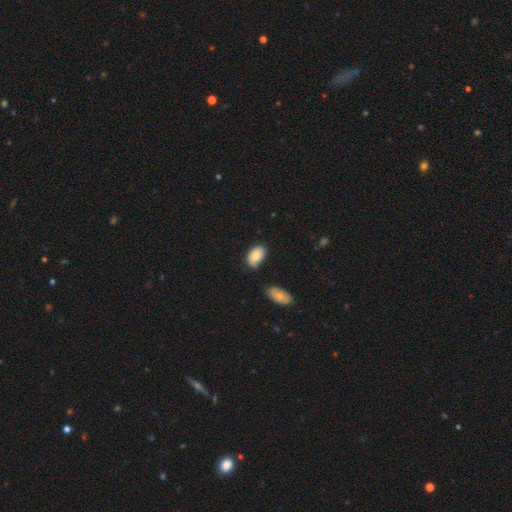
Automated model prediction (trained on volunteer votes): Smooth or featured? smooth (82%)
How rounded? in between (92%)
Merging? none (60%)